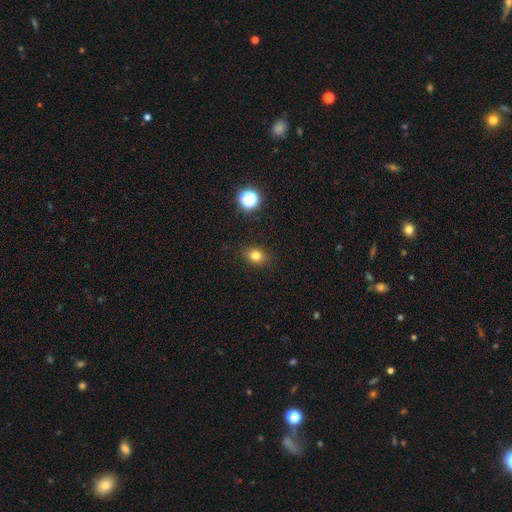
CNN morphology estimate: Overall: smooth (79%). How rounded: round (68%; in between 31%). Merging: none (90%).